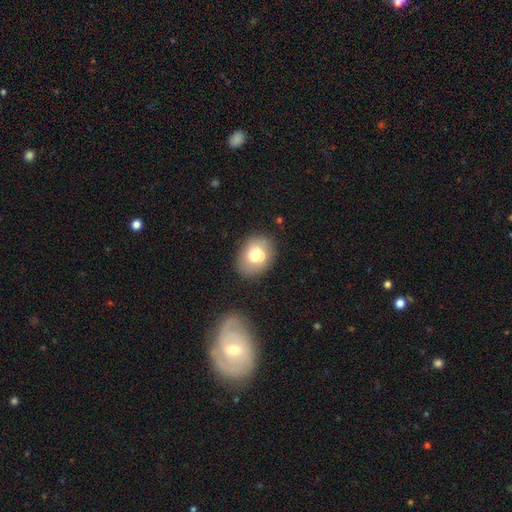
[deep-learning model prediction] This appears to be a smooth galaxy with no disk features (75%) that is in between round and cigar-shaped (57%). Merging: none (84%).